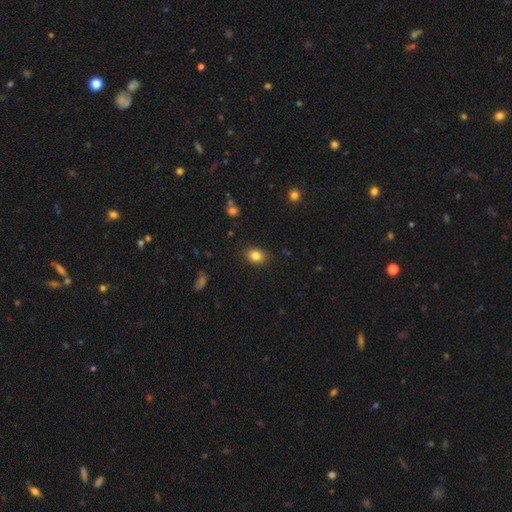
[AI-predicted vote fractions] A smooth galaxy with no disk features (83%) that is in between round and cigar-shaped (56%). Merging: none (87%).